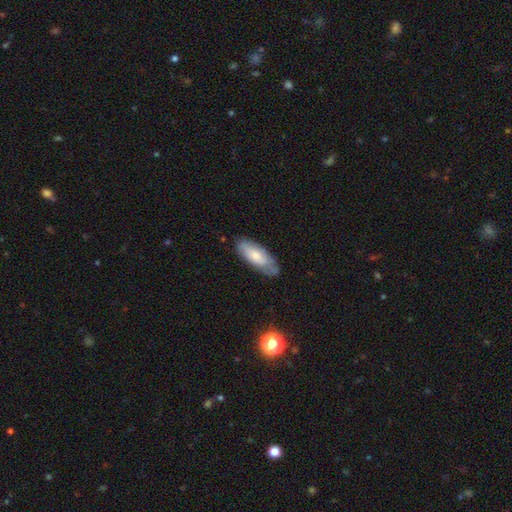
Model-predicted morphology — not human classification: type=smooth (70%); roundness=in between (74%); merging=none (69%).